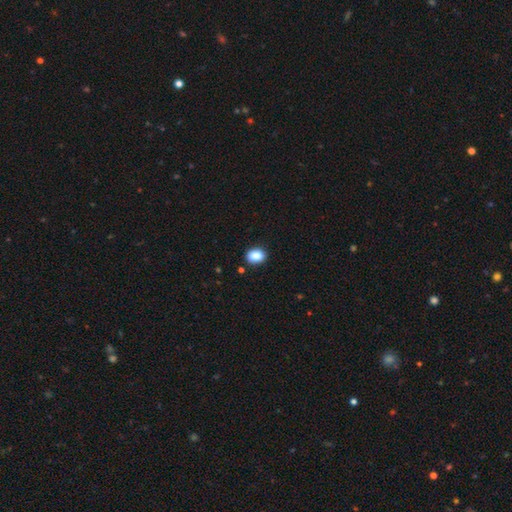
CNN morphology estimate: A smooth galaxy with no disk features (88%) that is in between round and cigar-shaped (71%).

Vote fractions:
- Smooth or featured? smooth: 88% / star or artifact: 9% / featured or disk: 4%
- How rounded? in between: 71% / round: 28% / cigar-shaped: 1%
- Merging? none: 87% / minor disturbance: 9% / major disturbance: 2% / merger: 1%